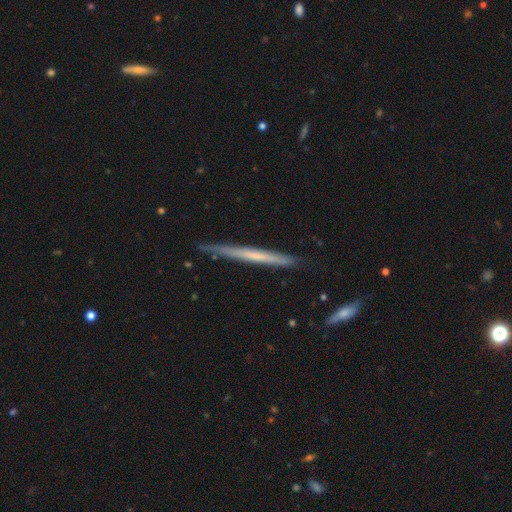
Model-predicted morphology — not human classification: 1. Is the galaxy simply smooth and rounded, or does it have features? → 53% featured or disk, 41% smooth, 6% star or artifact.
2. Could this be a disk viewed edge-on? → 96% yes, 4% no.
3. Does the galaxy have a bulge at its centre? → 84% none, 11% rounded, 5% boxy.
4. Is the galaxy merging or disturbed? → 82% none, 15% minor disturbance, 2% major disturbance, 2% merger.